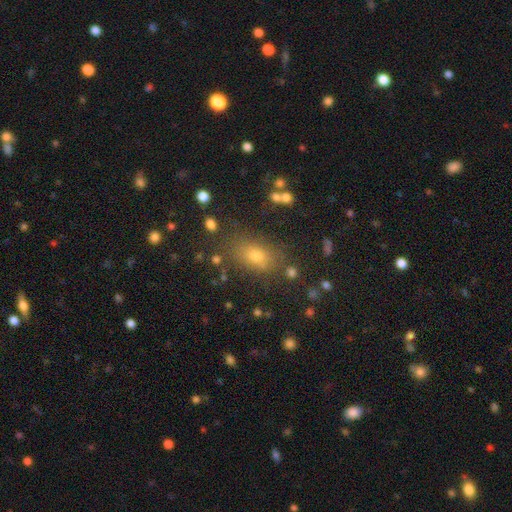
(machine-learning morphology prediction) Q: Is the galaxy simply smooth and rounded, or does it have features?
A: smooth — 72%.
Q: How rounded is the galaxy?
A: in between — 74%.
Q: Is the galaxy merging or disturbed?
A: none — 78%.